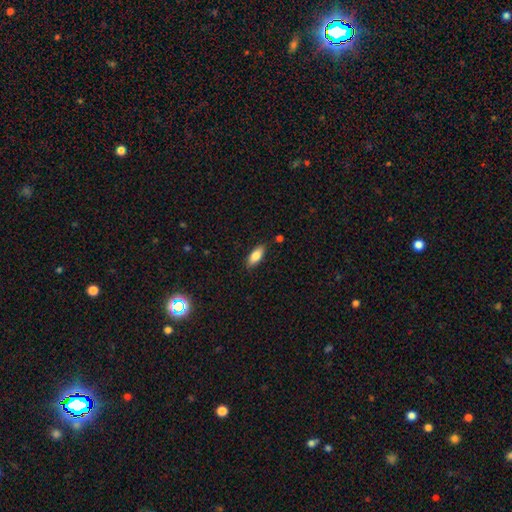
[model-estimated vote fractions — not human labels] Smooth or featured? Predicted: smooth (p=0.81). How rounded? Predicted: in between (p=0.82). Merging? Predicted: none (p=0.84).